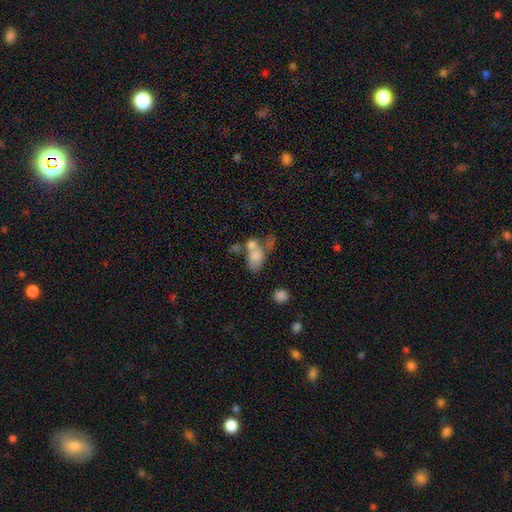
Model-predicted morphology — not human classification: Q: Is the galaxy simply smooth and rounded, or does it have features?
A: smooth — 69%.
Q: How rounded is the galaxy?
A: in between — 80%.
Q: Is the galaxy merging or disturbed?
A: merger — 53%.